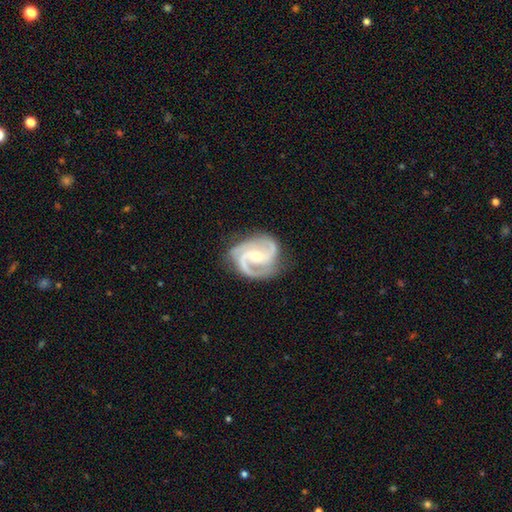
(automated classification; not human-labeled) The model was most divided on "bar" (2-way tie): weak: 40%, no: 40%, strong: 20%. More confident: spiral arms — yes (99%); edge-on disk — no (98%); smooth or featured — featured or disk (93%); merging — none (74%); spiral arm count — 2 (65%); bulge size — small (60%); spiral winding — medium (58%).